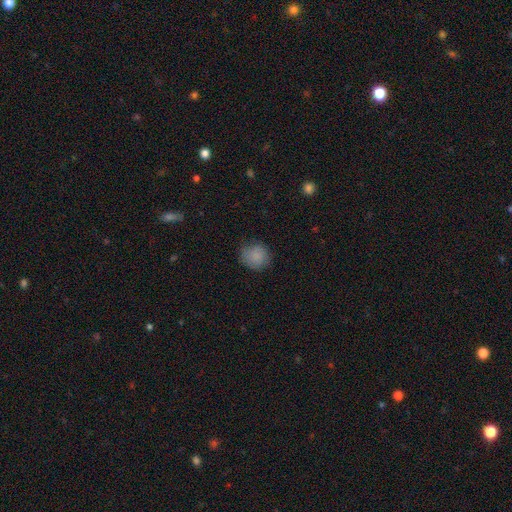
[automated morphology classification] A smooth galaxy with no disk features (85%) that is round (86%). Merging: none (73%).